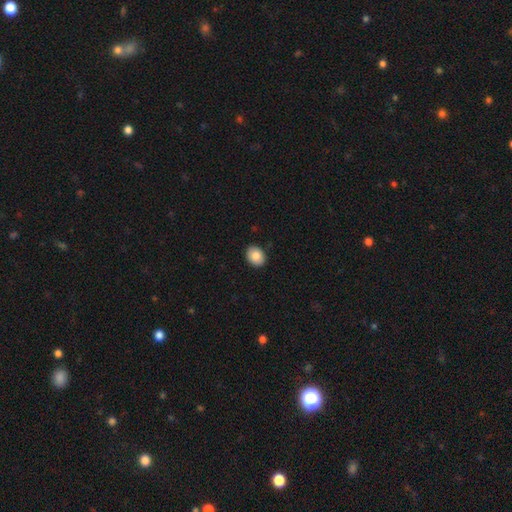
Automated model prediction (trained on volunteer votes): smooth-or-featured: smooth: 85% | featured or disk: 8% | star or artifact: 7%
  how-rounded: in between: 62% | round: 37% | cigar-shaped: 1%
  merging: none: 90% | minor disturbance: 7% | major disturbance: 2% | merger: 1%